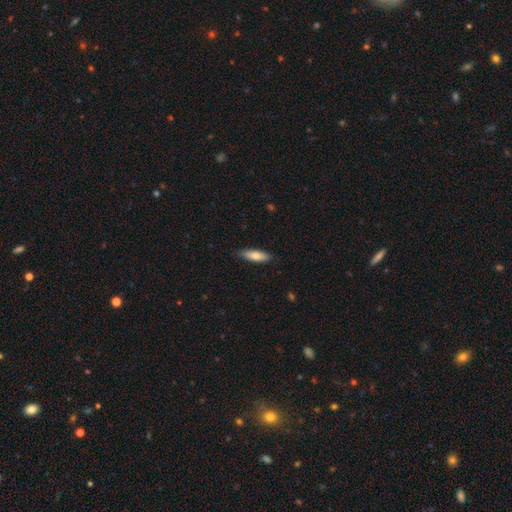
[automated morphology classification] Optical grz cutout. It shows a smooth galaxy with no disk features (75%) that is cigar-shaped (54%). Merging: none (83%).